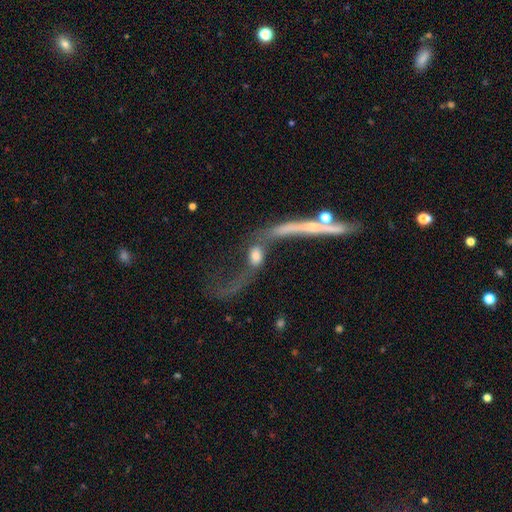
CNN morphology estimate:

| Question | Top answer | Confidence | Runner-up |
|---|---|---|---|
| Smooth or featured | smooth | 48% | featured or disk (40%) |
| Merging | merger | 48% | major disturbance (22%) |